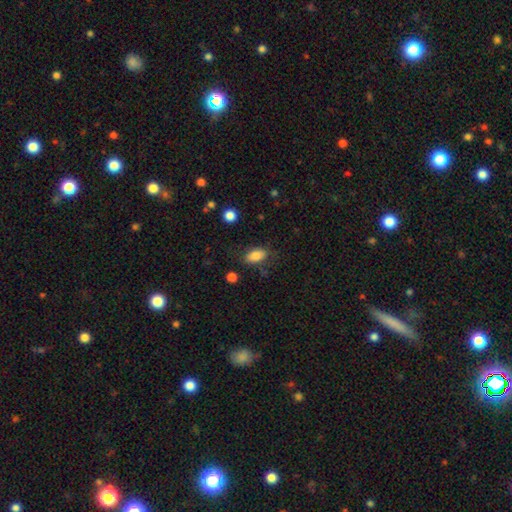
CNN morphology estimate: Smooth or featured: smooth — 82% (featured or disk — 10%)
How rounded: in between — 90% (round — 6%)
Merging: none — 74% (minor disturbance — 18%)